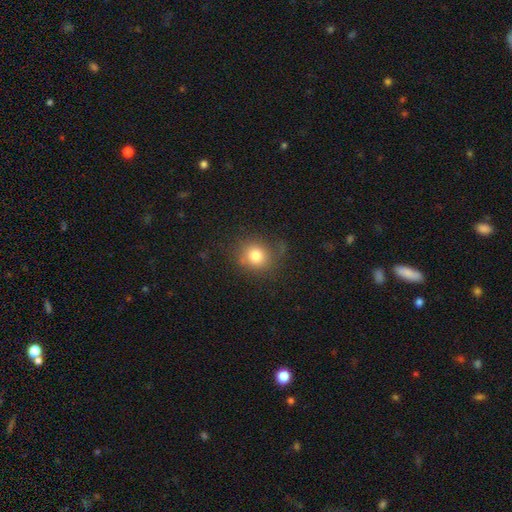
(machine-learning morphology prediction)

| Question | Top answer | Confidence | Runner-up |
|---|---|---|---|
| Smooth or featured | smooth | 78% | star or artifact (12%) |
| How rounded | round | 82% | in between (17%) |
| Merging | none | 70% | minor disturbance (19%) |